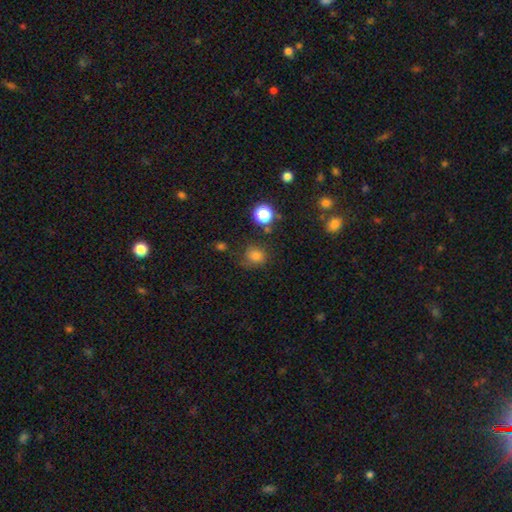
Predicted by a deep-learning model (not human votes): Smooth or featured?
  - smooth: 78% *
  - star or artifact: 17%
  - featured or disk: 6%
How rounded?
  - round: 80% *
  - in between: 19%
  - cigar-shaped: 1%
Merging?
  - none: 70% *
  - minor disturbance: 19%
  - major disturbance: 7%
  - merger: 4%